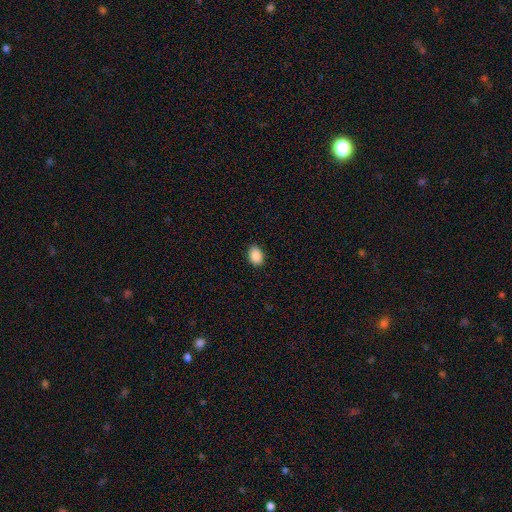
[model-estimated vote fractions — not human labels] Smooth or featured? smooth (89%)
How rounded? in between (76%)
Merging? none (88%)